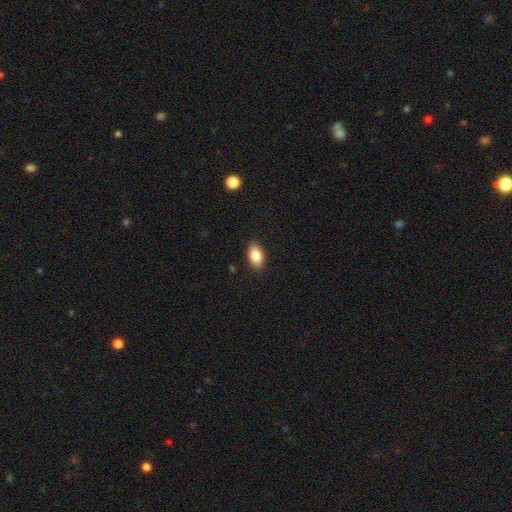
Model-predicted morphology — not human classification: Overall: smooth (83%). How rounded: in between (91%). Merging: none (88%).